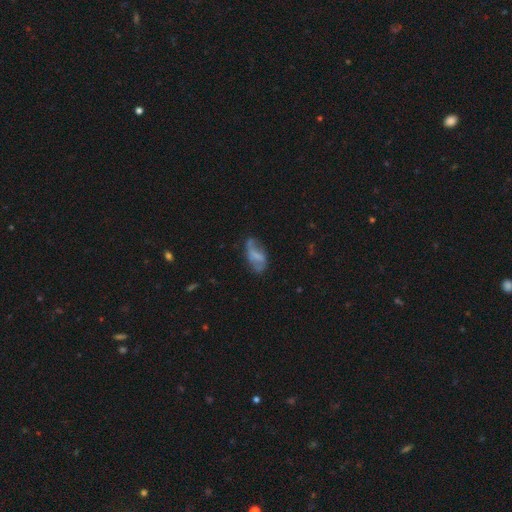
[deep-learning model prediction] featured or disk 50%, smooth 41%, star or artifact 10%. Down the decision tree: merging — none (45%).